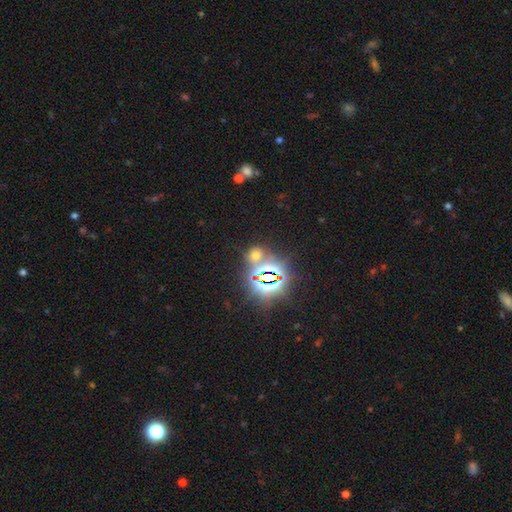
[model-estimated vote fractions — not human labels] Smooth or featured?
  - star or artifact: 55% *
  - smooth: 37%
  - featured or disk: 7%